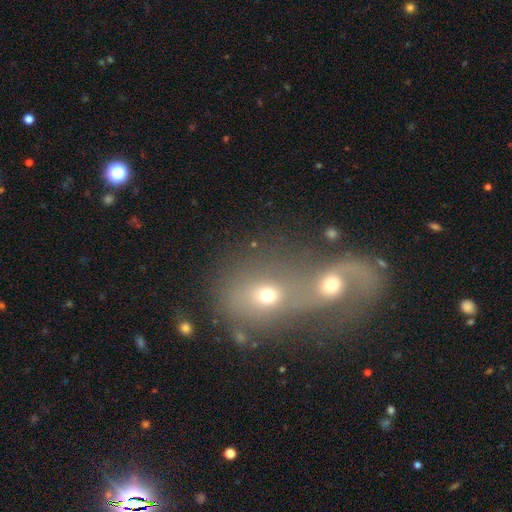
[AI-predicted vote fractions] smooth 42%, featured or disk 36%, star or artifact 22%. Down the decision tree: merging — merger (81%).